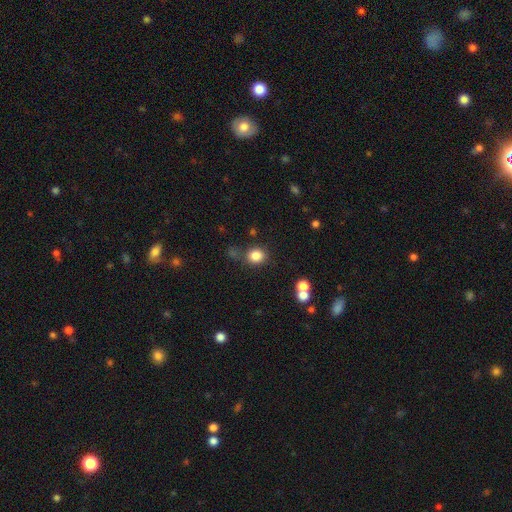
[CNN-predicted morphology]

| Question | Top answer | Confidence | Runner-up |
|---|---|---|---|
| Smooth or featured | smooth | 83% | star or artifact (11%) |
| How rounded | round | 77% | in between (22%) |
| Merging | none | 75% | minor disturbance (13%) |